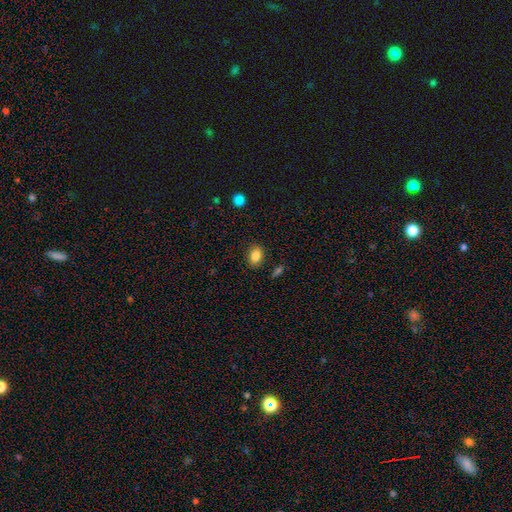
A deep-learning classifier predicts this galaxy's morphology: type=smooth (85%); roundness=in between (73%); merging=none (86%).